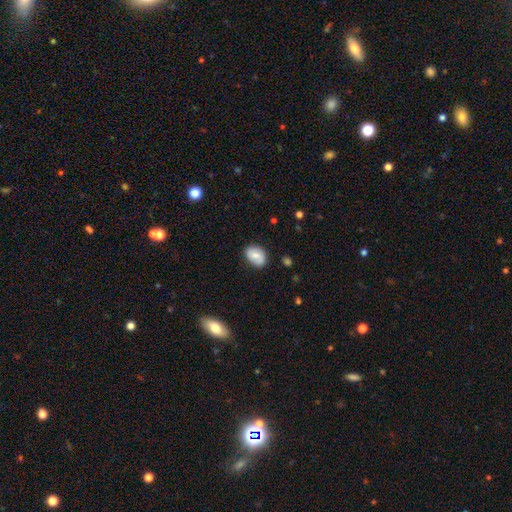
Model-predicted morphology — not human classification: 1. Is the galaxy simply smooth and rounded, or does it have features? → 70% smooth, 22% featured or disk, 8% star or artifact.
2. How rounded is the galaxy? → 76% in between, 23% round, 1% cigar-shaped.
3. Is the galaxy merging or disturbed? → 77% none, 18% minor disturbance, 4% major disturbance, 2% merger.